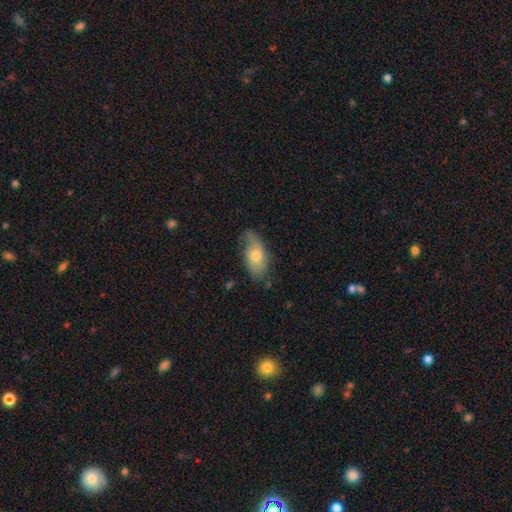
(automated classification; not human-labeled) This is possibly a smooth galaxy (51%). How rounded: clearly in between (90%). Merging: possibly none (55%).